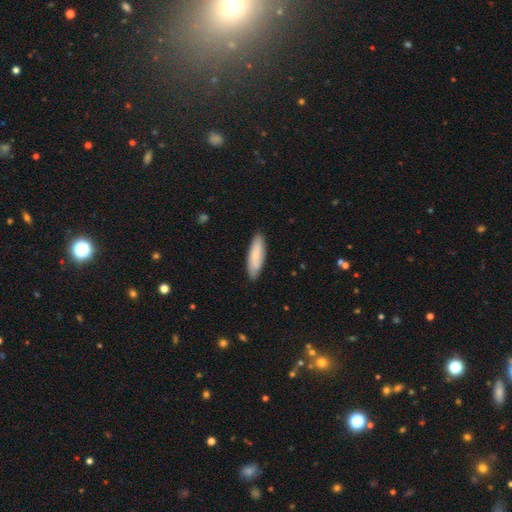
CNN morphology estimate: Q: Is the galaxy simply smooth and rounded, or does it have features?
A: smooth — 77%.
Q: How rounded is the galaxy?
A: cigar-shaped — 56%.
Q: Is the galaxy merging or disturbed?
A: none — 87%.